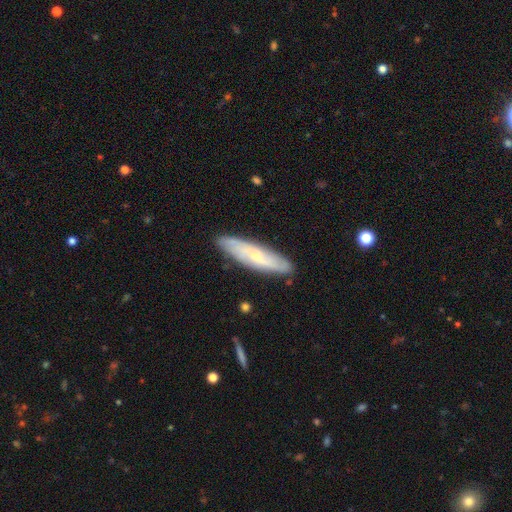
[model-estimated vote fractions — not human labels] A featured or disk galaxy (49%). Merging: none (84%).